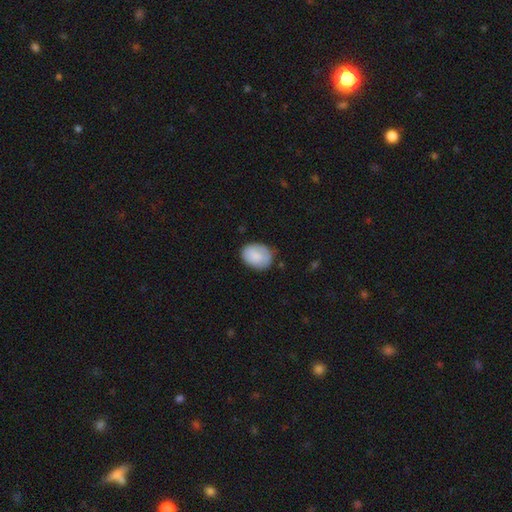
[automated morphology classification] This is clearly a smooth galaxy (82%). How rounded: likely in between (65%). Merging: likely none (73%).